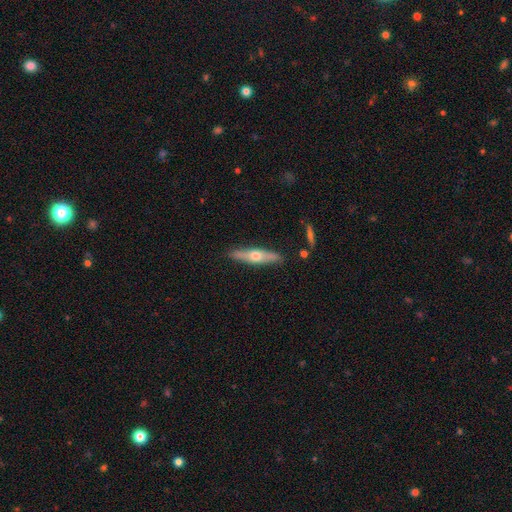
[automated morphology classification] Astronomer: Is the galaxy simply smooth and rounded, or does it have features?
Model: featured or disk — 57% (runner-up: smooth, 37%).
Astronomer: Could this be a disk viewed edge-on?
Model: yes — 90%.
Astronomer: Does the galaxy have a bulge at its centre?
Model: rounded — 92%.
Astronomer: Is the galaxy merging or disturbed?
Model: none — 87%.